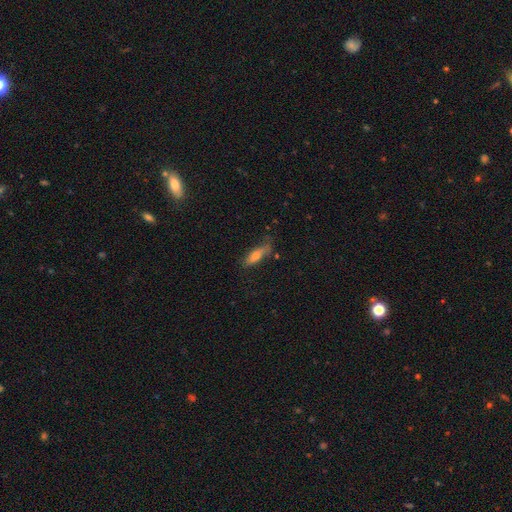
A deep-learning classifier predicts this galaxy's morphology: Q: Smooth or featured?
A: smooth (65%); runner-up: featured or disk (28%)
Q: How rounded?
A: cigar-shaped (56%); runner-up: in between (42%)
Q: Merging?
A: none (63%); runner-up: minor disturbance (26%)